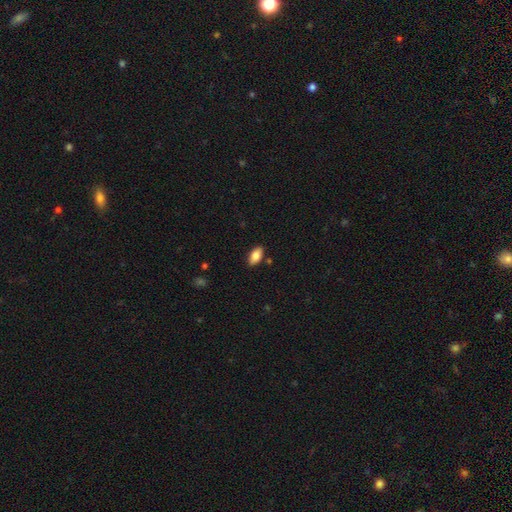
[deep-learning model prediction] Smooth or featured? Predicted: smooth (p=0.81). How rounded? Predicted: in between (p=0.92). Merging? Predicted: none (p=0.86).